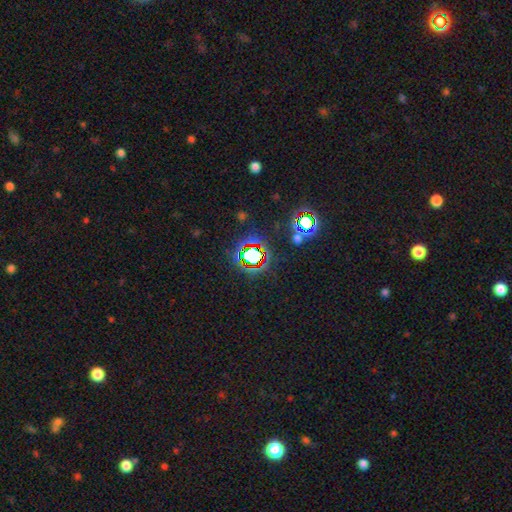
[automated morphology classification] The model was most divided on "smooth or featured": star or artifact: 69%, smooth: 20%, featured or disk: 12%.